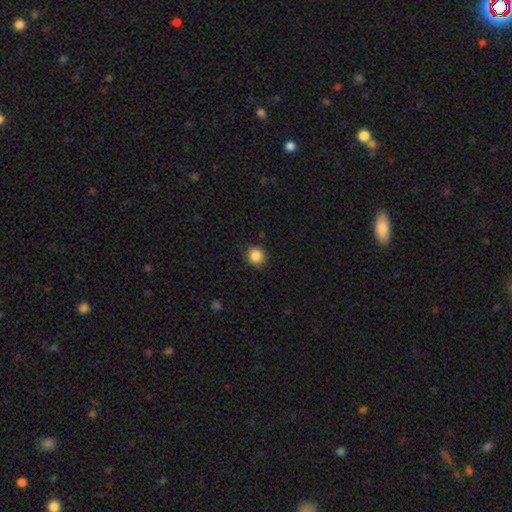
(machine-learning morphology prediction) A smooth galaxy with no disk features (87%) that is round (92%). Merging: none (90%).